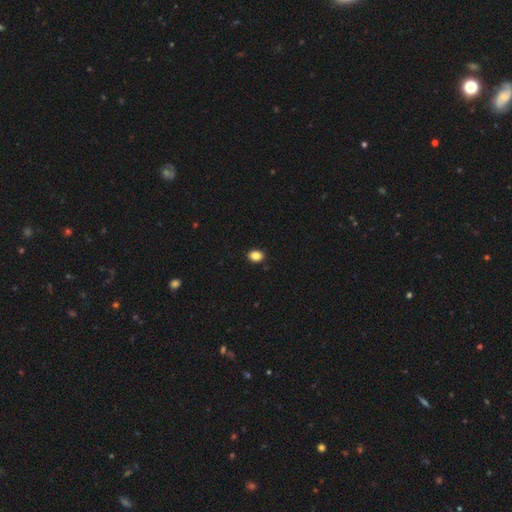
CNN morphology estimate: This appears to be a smooth galaxy with no disk features (87%) that is in between round and cigar-shaped (58%). Merging: none (91%).